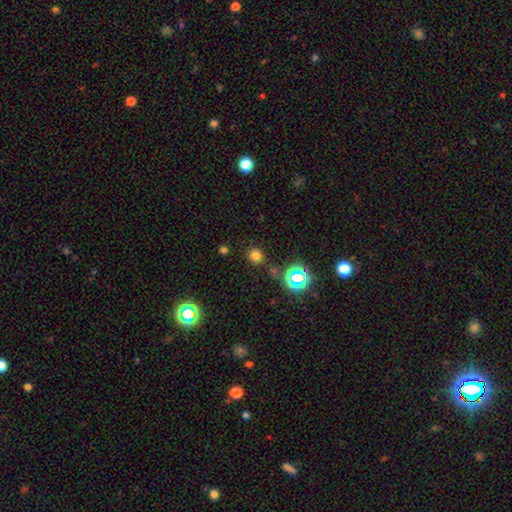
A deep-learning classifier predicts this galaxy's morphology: smooth 72%, star or artifact 23%, featured or disk 6%. Down the decision tree: how rounded — round (91%); merging — none (84%).